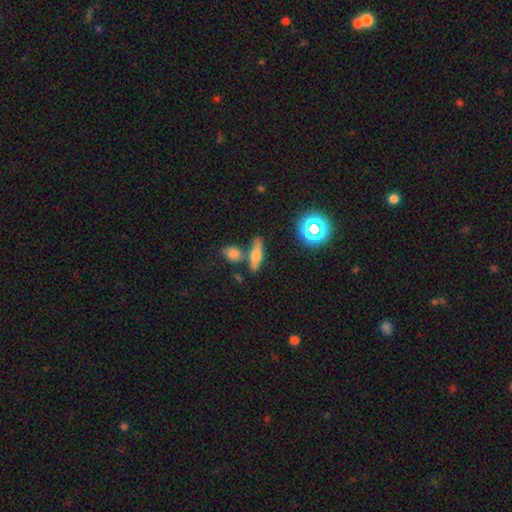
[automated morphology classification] Overall: smooth (53%; featured or disk 34%). How rounded: cigar-shaped (51%; in between 40%). Merging: none (66%).